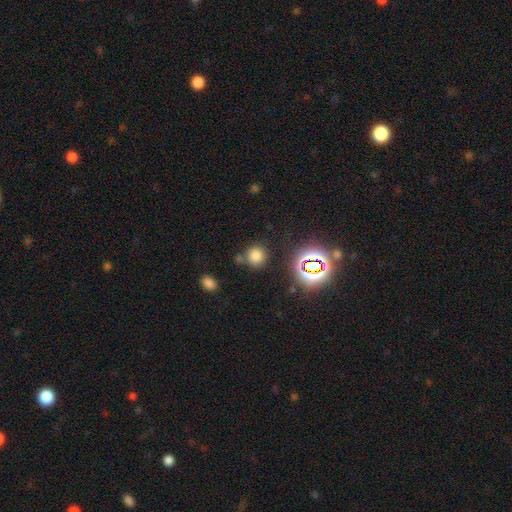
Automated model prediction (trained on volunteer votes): This is likely a smooth galaxy (73%). How rounded: clearly round (84%). Merging: likely none (75%).